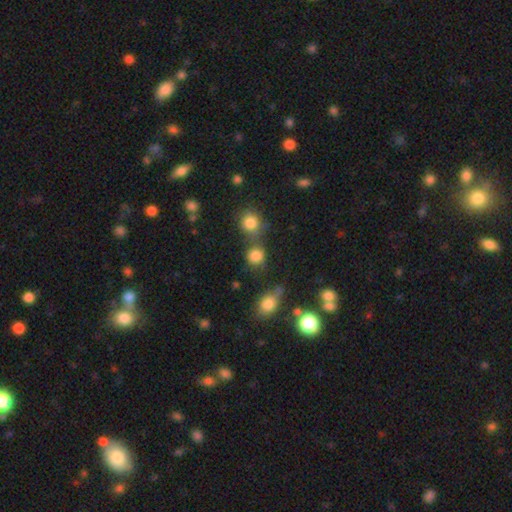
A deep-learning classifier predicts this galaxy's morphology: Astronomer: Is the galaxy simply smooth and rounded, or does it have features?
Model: smooth — 81%.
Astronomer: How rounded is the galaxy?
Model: round — 87%.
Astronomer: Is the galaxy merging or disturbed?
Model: none — 60%.